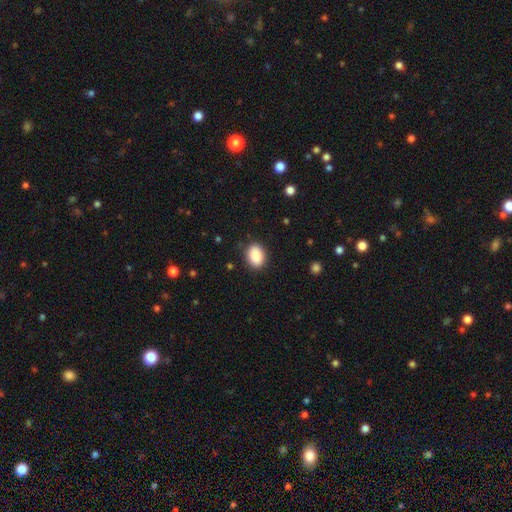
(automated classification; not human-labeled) The model was most divided on "how rounded": in between: 77%, round: 22%, cigar-shaped: 1%. More confident: smooth or featured — smooth (89%); merging — none (86%).